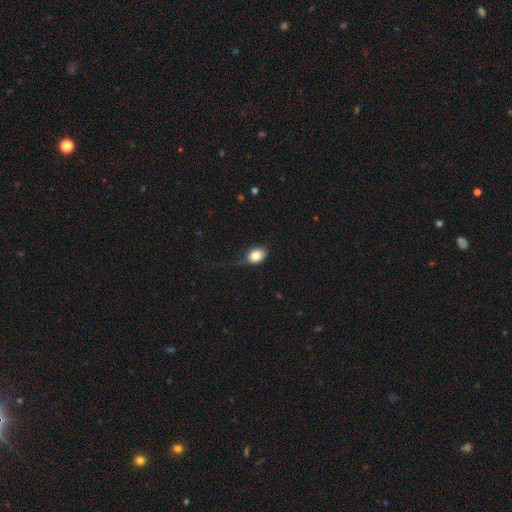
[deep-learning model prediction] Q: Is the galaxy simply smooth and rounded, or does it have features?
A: smooth — 82%.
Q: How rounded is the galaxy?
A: in between — 71%.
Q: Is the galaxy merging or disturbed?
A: none — 62%.